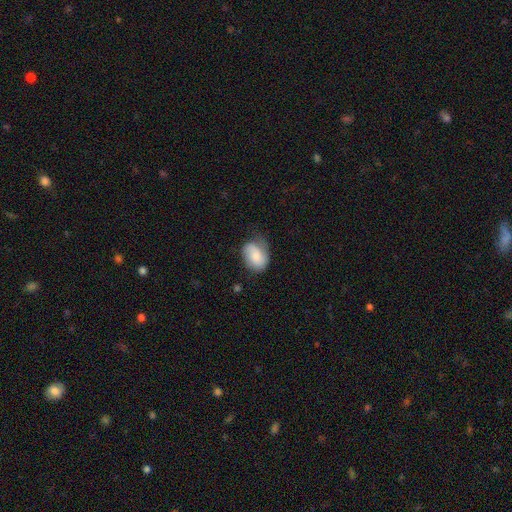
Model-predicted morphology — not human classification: Smooth or featured?
  - smooth: 68% *
  - featured or disk: 25%
  - star or artifact: 7%
How rounded?
  - in between: 80% *
  - round: 18%
  - cigar-shaped: 1%
Merging?
  - none: 48% *
  - minor disturbance: 36%
  - major disturbance: 15%
  - merger: 2%